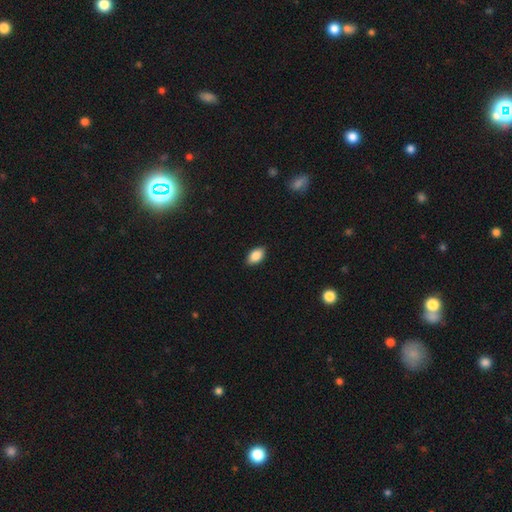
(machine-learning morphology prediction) This is clearly a smooth galaxy (87%). How rounded: clearly in between (92%). Merging: clearly none (89%).